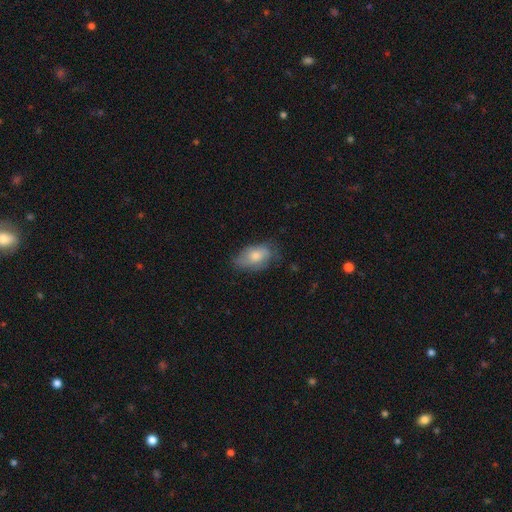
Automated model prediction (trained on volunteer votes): This appears to be a smooth galaxy with no disk features (68%) that is in between round and cigar-shaped (91%). Merging: none (58%).